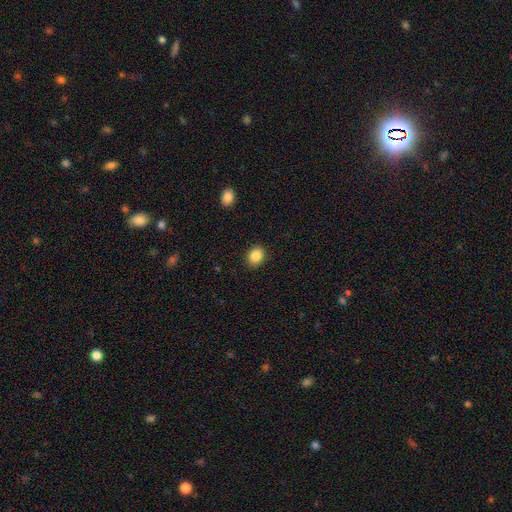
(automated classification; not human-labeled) Smooth or featured: smooth — 86% (star or artifact — 9%)
How rounded: round — 54% (in between — 45%)
Merging: none — 89% (minor disturbance — 8%)